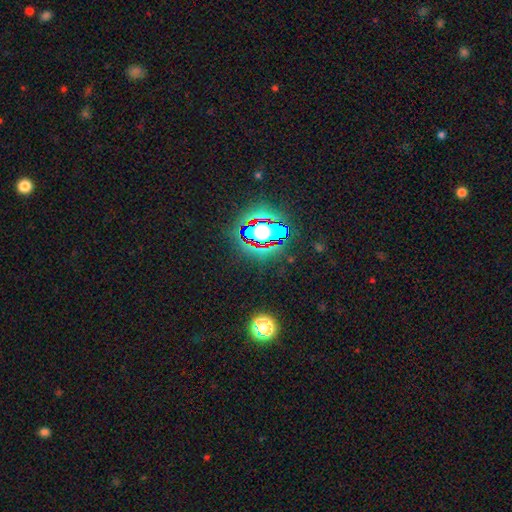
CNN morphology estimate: smooth_or_featured: star or artifact (p=0.80) [alt: smooth p=0.12]